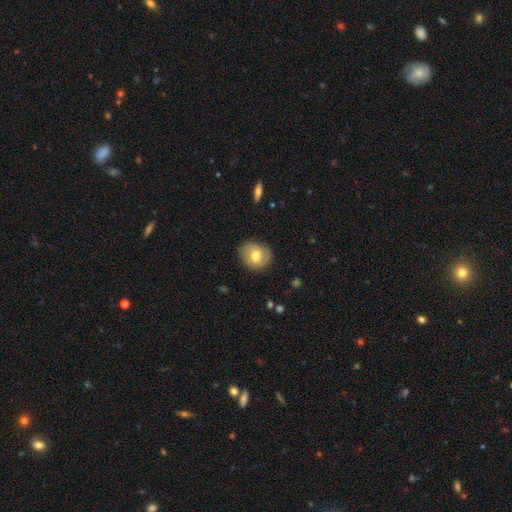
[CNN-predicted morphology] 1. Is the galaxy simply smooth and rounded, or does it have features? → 59% smooth, 34% featured or disk, 7% star or artifact.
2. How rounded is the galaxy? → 67% round, 32% in between, 1% cigar-shaped.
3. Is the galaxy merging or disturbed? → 80% none, 15% minor disturbance, 4% major disturbance, 1% merger.